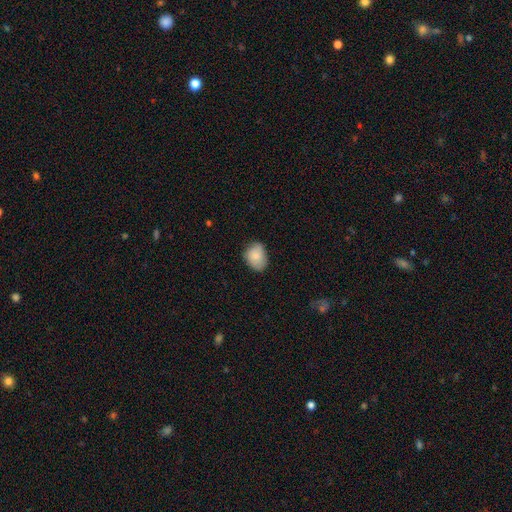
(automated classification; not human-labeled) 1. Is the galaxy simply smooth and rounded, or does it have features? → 81% smooth, 12% featured or disk, 7% star or artifact.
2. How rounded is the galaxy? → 62% in between, 37% round, 1% cigar-shaped.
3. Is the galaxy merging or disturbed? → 64% none, 29% minor disturbance, 5% major disturbance, 1% merger.